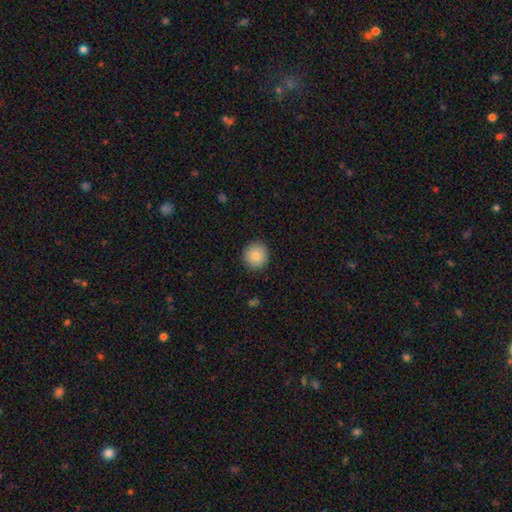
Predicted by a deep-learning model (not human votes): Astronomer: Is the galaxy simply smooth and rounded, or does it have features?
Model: smooth — 85%.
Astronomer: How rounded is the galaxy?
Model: round — 93%.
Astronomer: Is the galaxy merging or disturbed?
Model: none — 91%.